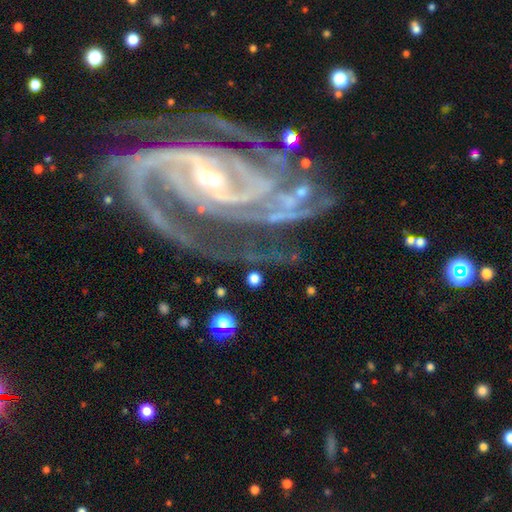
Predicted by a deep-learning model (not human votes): Morphology: type=featured or disk (94%); edge-on=no (97%); bar=strong (43%); spiral arms=yes (99%); winding=tight (58%); arm count=2 (32%); bulge=small (66%); merging=none (68%).